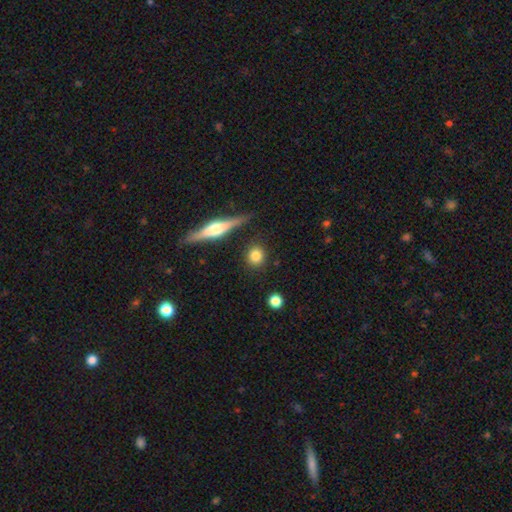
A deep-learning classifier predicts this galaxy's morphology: This is clearly a smooth galaxy (80%). How rounded: clearly round (86%). Merging: clearly none (88%).